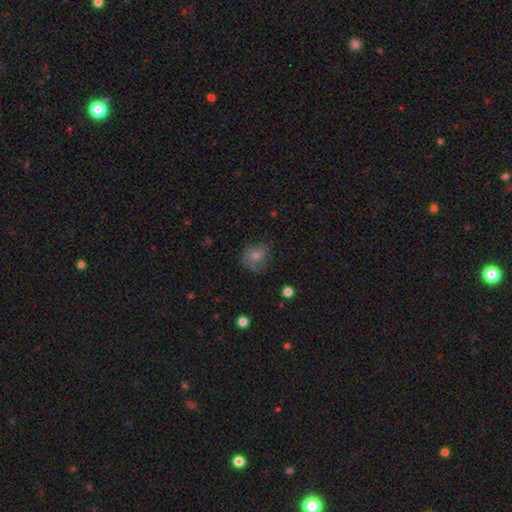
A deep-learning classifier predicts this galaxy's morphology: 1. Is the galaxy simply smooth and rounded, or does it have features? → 56% smooth, 27% featured or disk, 17% star or artifact.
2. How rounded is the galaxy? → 67% round, 32% in between, 1% cigar-shaped.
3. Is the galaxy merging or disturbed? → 63% none, 24% minor disturbance, 11% major disturbance, 2% merger.